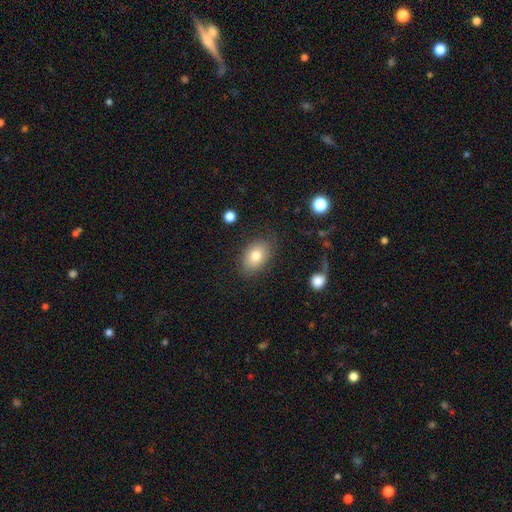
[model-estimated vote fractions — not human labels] This is likely a smooth galaxy (78%). How rounded: clearly in between (83%). Merging: clearly none (81%).